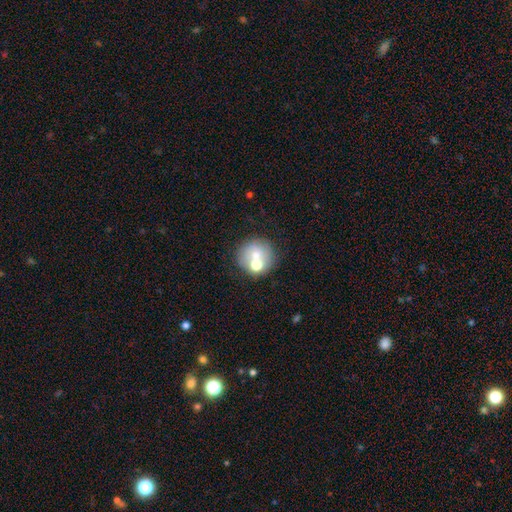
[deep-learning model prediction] This is likely a smooth galaxy (64%). How rounded: clearly round (91%). Merging: possibly none (58%).